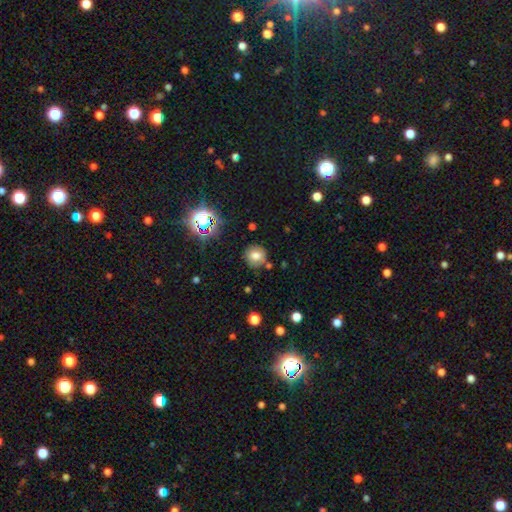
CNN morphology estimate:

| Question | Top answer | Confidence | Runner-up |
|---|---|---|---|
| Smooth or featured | smooth | 72% | star or artifact (17%) |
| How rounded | round | 89% | in between (10%) |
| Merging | none | 79% | minor disturbance (12%) |